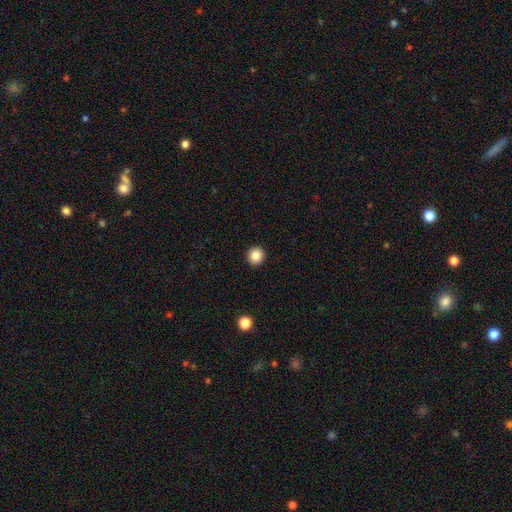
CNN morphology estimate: Smooth or featured: smooth — 86% (star or artifact — 10%)
How rounded: round — 93% (in between — 6%)
Merging: none — 94% (minor disturbance — 4%)